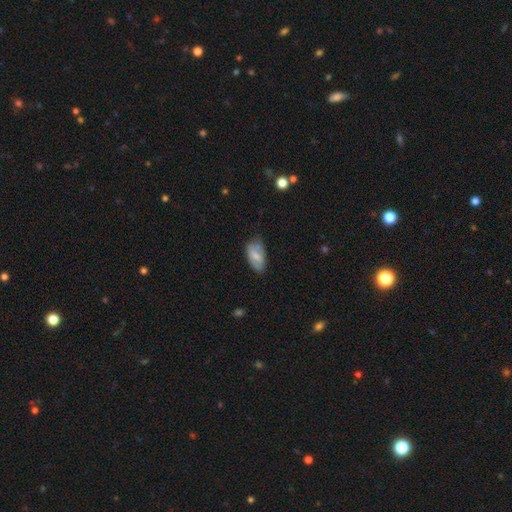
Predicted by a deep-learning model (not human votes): smooth_or_featured: smooth (p=0.62) [alt: featured or disk p=0.31]
how_rounded: in between (p=0.93) [alt: round p=0.04]
merging: none (p=0.62) [alt: minor disturbance p=0.29]